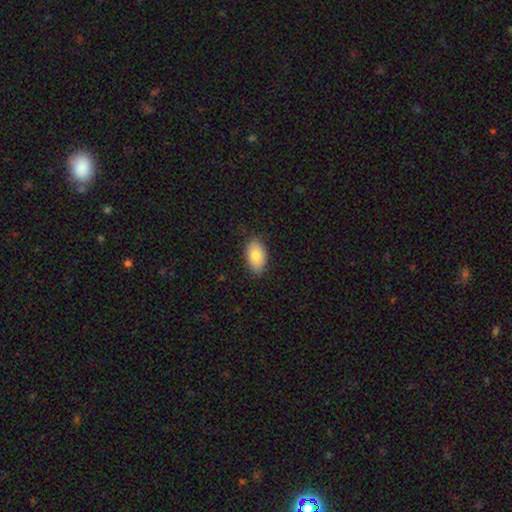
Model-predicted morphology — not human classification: Smooth or featured?
  - smooth: 83% *
  - featured or disk: 10%
  - star or artifact: 7%
How rounded?
  - in between: 93% *
  - round: 5%
  - cigar-shaped: 2%
Merging?
  - none: 82% *
  - minor disturbance: 14%
  - major disturbance: 3%
  - merger: 1%